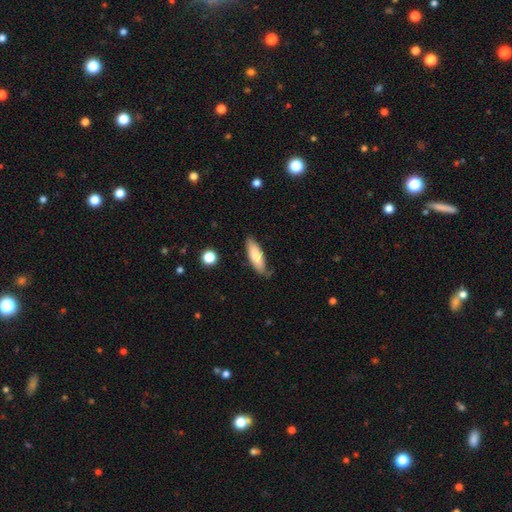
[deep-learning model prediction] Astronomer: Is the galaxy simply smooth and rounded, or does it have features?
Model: smooth — 76%.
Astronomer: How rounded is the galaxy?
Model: in between — 60% (runner-up: cigar-shaped, 38%).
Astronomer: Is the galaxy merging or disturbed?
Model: none — 72%.